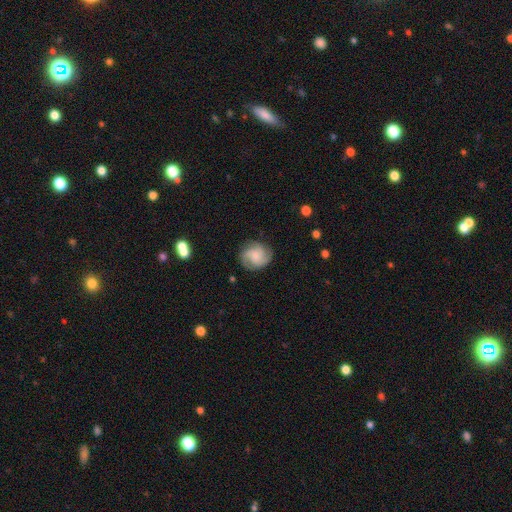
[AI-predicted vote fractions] A featured or disk galaxy (69%) with no bar (67%), 3 (57%) medium (47%) spiral arms (96%) and a small central bulge (53%). Merging: none (81%).